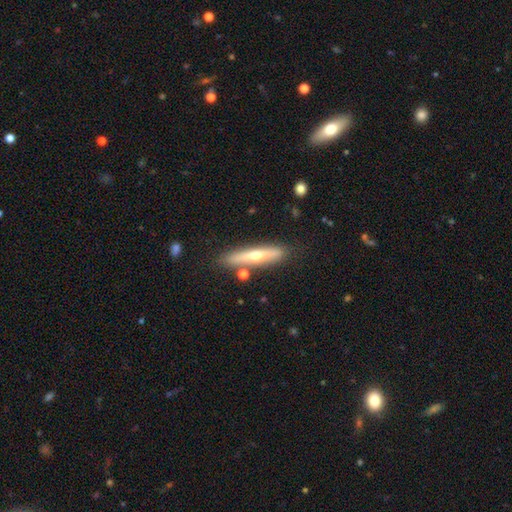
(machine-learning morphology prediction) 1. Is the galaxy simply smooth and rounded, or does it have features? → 53% featured or disk, 40% smooth, 6% star or artifact.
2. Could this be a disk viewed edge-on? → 88% yes, 12% no.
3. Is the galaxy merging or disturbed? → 82% none, 11% minor disturbance, 4% merger, 2% major disturbance.